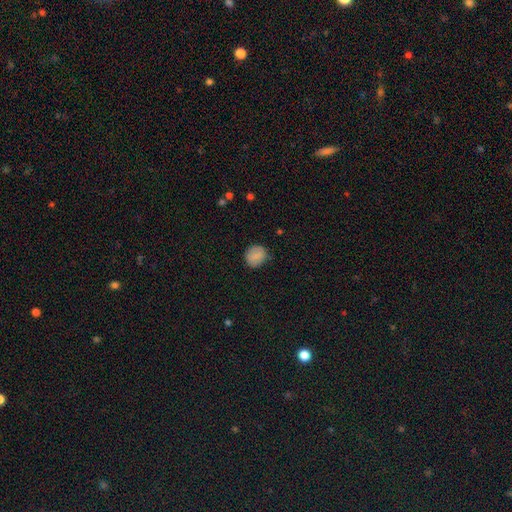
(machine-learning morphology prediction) Smooth or featured? smooth (85%)
How rounded? round (81%)
Merging? none (81%)